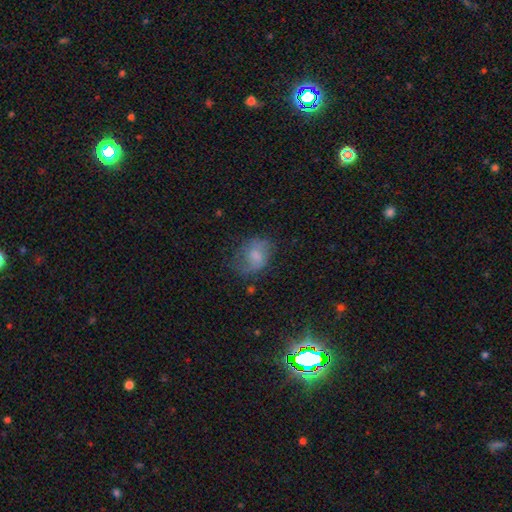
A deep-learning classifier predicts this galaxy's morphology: Smooth or featured: smooth — 54% (featured or disk — 35%)
How rounded: in between — 63% (round — 36%)
Merging: none — 55% (minor disturbance — 26%)